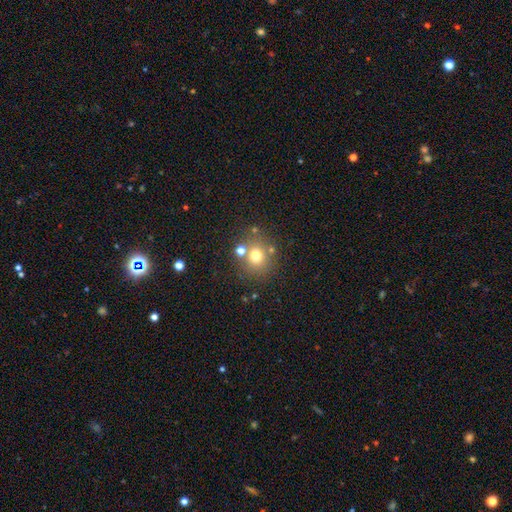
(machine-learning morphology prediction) Q: Smooth or featured?
A: smooth (71%); runner-up: star or artifact (17%)
Q: How rounded?
A: round (85%); runner-up: in between (14%)
Q: Merging?
A: none (72%); runner-up: merger (13%)